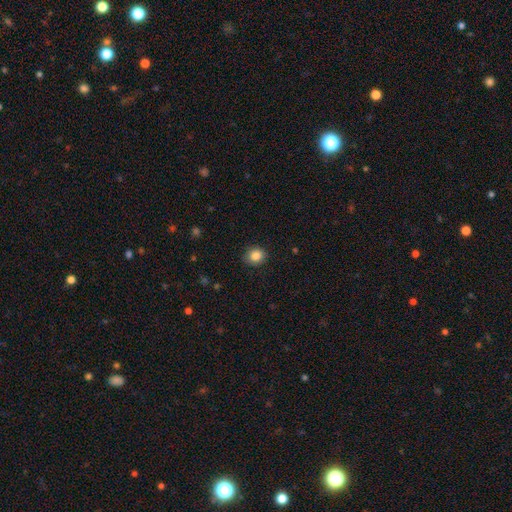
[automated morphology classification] A smooth galaxy with no disk features (86%) that is round (75%).

Vote fractions:
- Smooth or featured? smooth: 86% / star or artifact: 10% / featured or disk: 4%
- How rounded? round: 75% / in between: 24% / cigar-shaped: 1%
- Merging? none: 88% / minor disturbance: 9% / major disturbance: 2% / merger: 1%